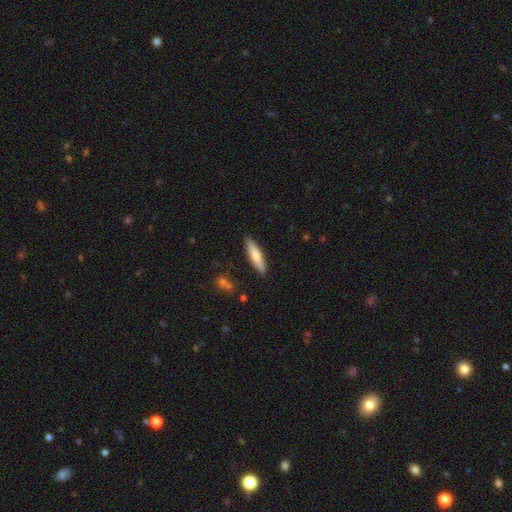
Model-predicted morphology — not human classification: A smooth galaxy with no disk features (73%) that is cigar-shaped (75%).

Vote fractions:
- Smooth or featured? smooth: 73% / featured or disk: 21% / star or artifact: 6%
- How rounded? cigar-shaped: 75% / in between: 23% / round: 1%
- Merging? none: 88% / minor disturbance: 9% / major disturbance: 2% / merger: 2%